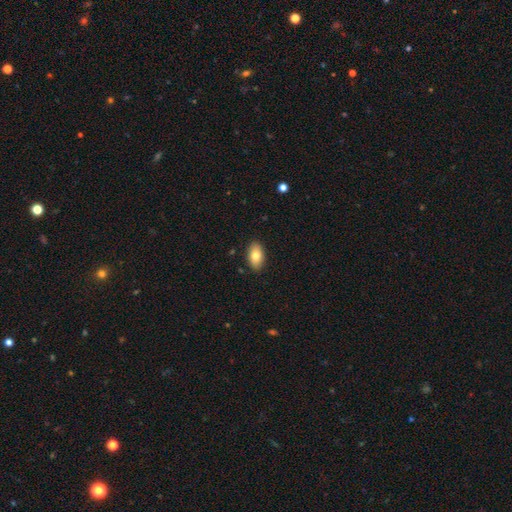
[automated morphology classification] smooth 78%, featured or disk 15%, star or artifact 7%. Down the decision tree: how rounded — in between (93%); merging — none (89%).